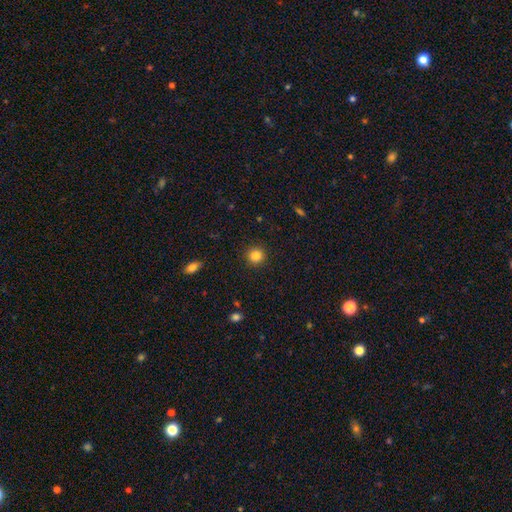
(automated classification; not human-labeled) Overall: smooth (84%). How rounded: round (93%). Merging: none (91%).